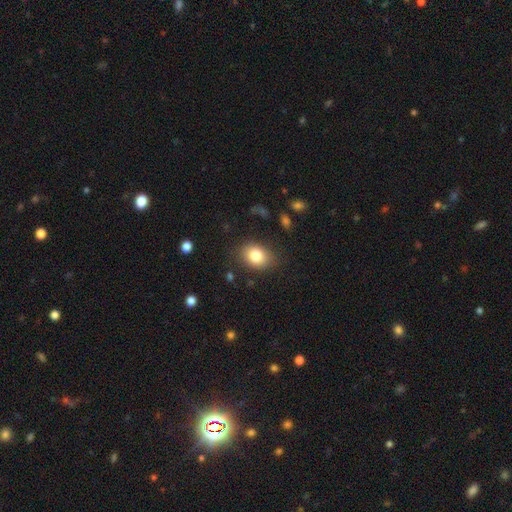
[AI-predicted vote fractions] This appears to be a smooth galaxy with no disk features (82%) that is in between round and cigar-shaped (66%). Merging: none (82%).